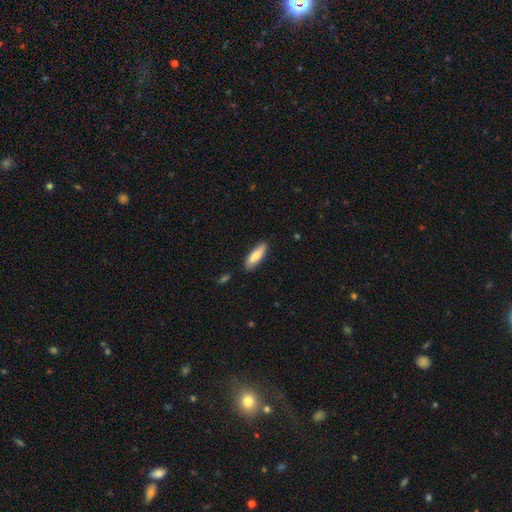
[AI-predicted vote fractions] Smooth or featured? smooth (78%)
How rounded? in between (51%)
Merging? none (85%)